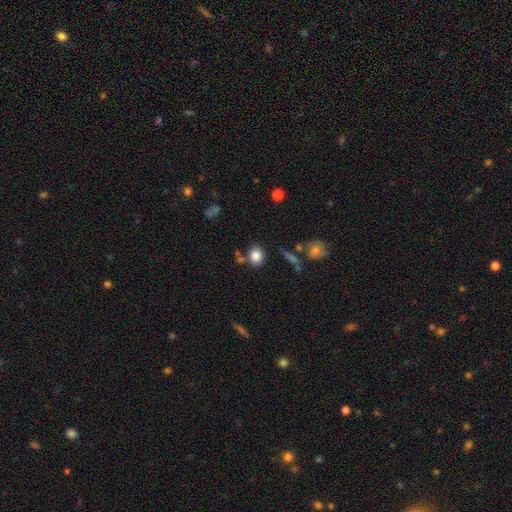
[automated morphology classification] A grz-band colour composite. It shows a smooth galaxy with no disk features (83%) that is round (64%). Merging: none (76%).